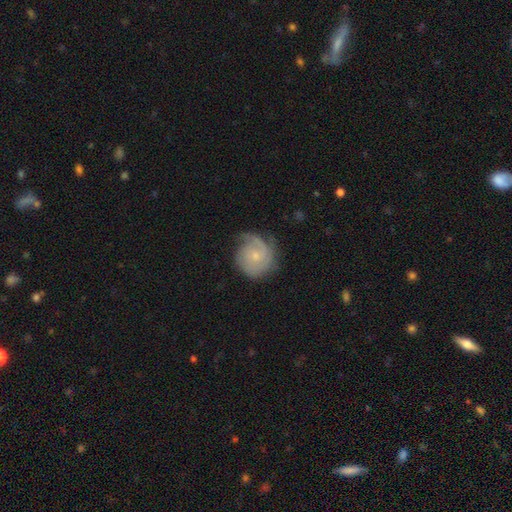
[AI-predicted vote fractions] featured or disk 69%, smooth 24%, star or artifact 6%. Down the decision tree: edge-on disk — no (98%); bar — no (75%); spiral arms — yes (92%); spiral arm count — 2 (32%); spiral winding — tight (55%); bulge size — small (68%); merging — none (62%).